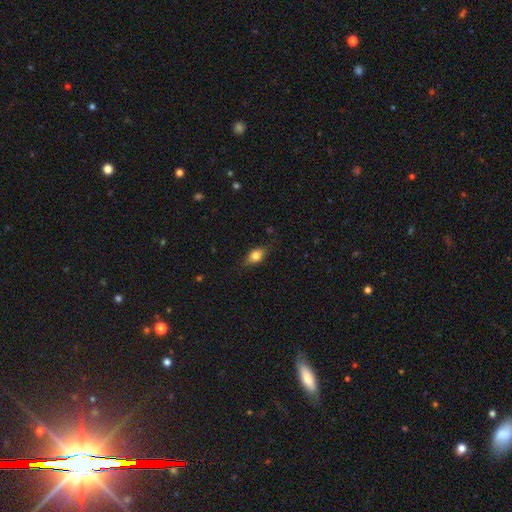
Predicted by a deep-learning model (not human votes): Smooth or featured: smooth — 68% (featured or disk — 23%)
How rounded: in between — 75% (round — 14%)
Merging: none — 77% (minor disturbance — 18%)